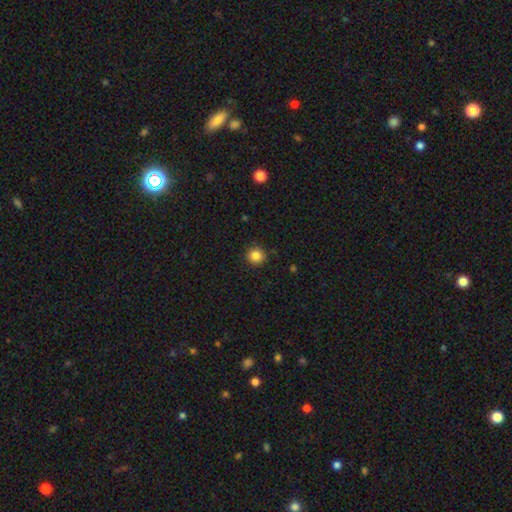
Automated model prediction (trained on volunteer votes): Smooth or featured? Predicted: smooth (p=0.84). How rounded? Predicted: round (p=0.93). Merging? Predicted: none (p=0.90).